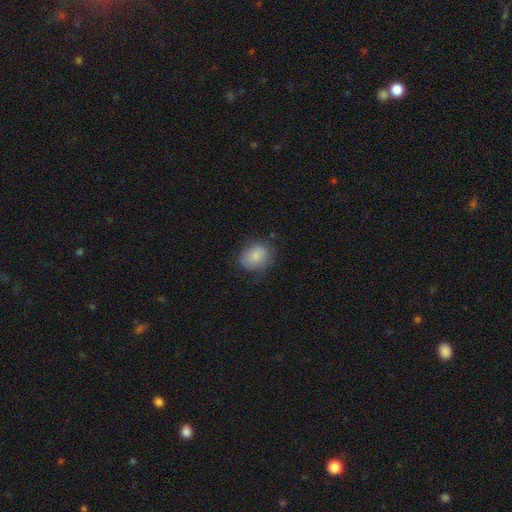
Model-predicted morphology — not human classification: Smooth or featured?
  - smooth: 81% *
  - featured or disk: 11%
  - star or artifact: 8%
How rounded?
  - round: 52% *
  - in between: 47%
  - cigar-shaped: 1%
Merging?
  - none: 63% *
  - minor disturbance: 26%
  - major disturbance: 10%
  - merger: 1%